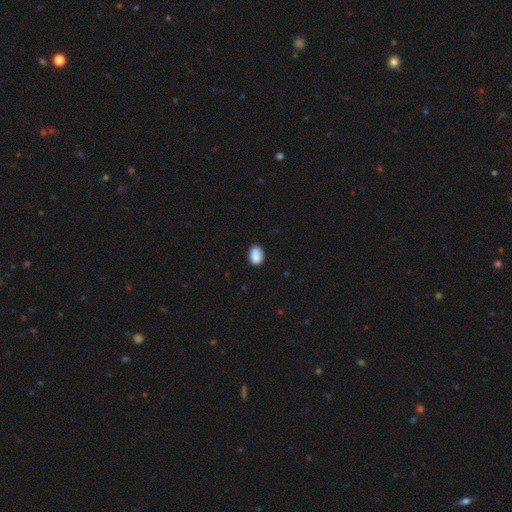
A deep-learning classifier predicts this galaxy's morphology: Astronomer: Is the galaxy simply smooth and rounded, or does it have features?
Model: smooth — 87%.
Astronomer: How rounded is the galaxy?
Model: in between — 77%.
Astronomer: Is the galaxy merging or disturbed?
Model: none — 78%.